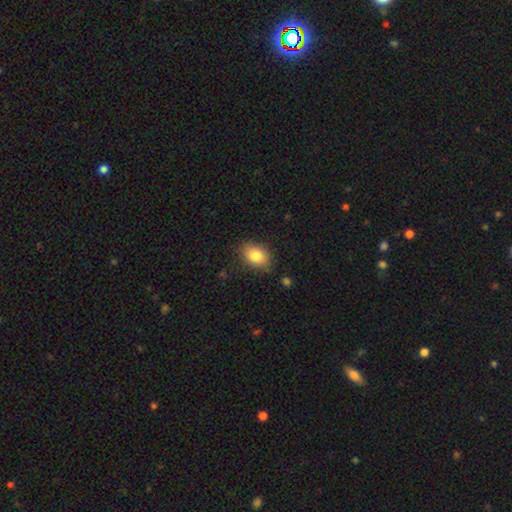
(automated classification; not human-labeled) The model was most divided on "how rounded": in between: 76%, round: 22%, cigar-shaped: 1%. More confident: smooth or featured — smooth (81%); merging — none (81%).